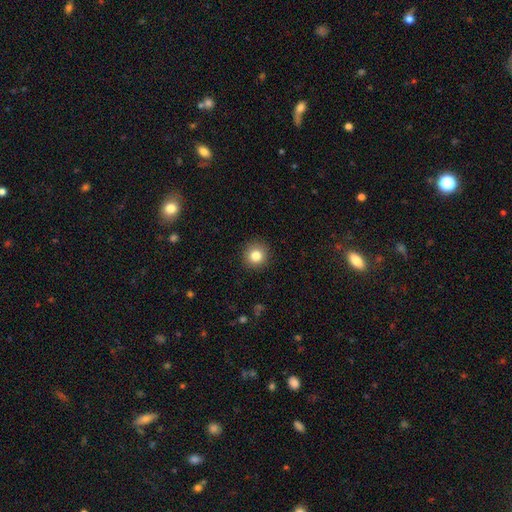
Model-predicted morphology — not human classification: smooth-or-featured: smooth: 83% | star or artifact: 10% | featured or disk: 6%
  how-rounded: round: 93% | in between: 6% | cigar-shaped: 1%
  merging: none: 91% | minor disturbance: 6% | major disturbance: 2% | merger: 1%